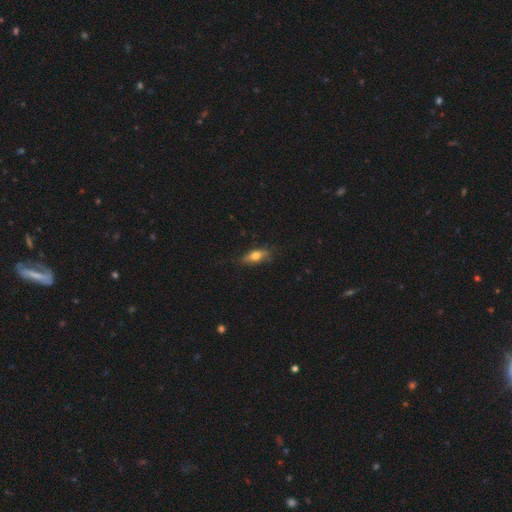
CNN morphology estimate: This is possibly a smooth galaxy (54%). How rounded: possibly in between (58%). Merging: likely none (76%).